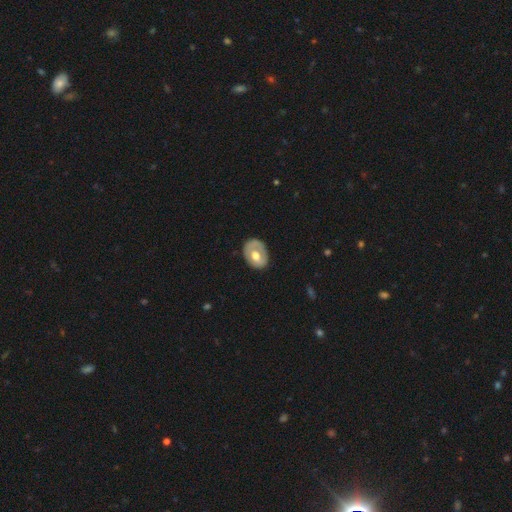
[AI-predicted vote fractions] Smooth or featured: smooth — 52% (featured or disk — 43%)
How rounded: in between — 66% (round — 33%)
Merging: none — 72% (minor disturbance — 21%)